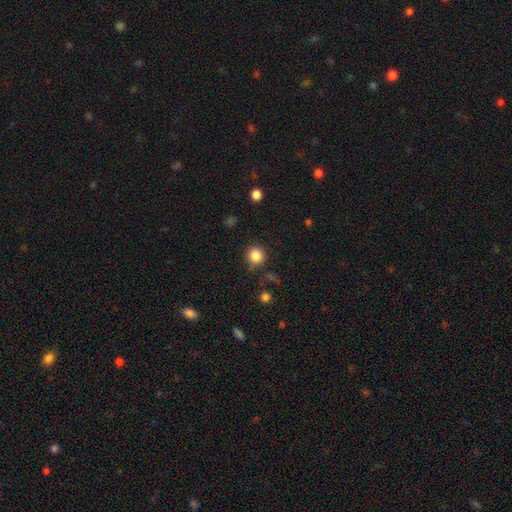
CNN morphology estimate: type=smooth (85%); roundness=round (93%); merging=none (82%).